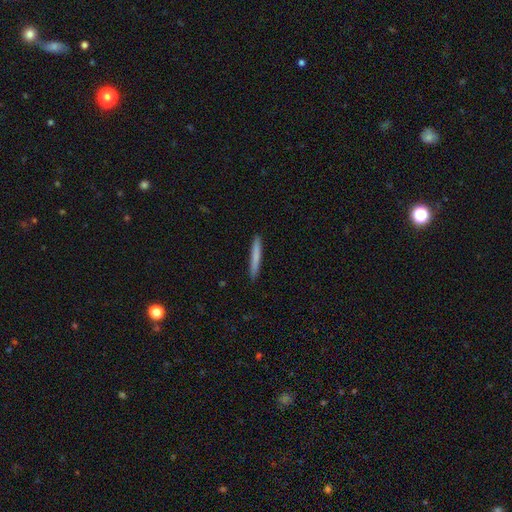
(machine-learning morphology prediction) This appears to be a smooth galaxy with no disk features (76%) that is cigar-shaped (96%). Merging: none (91%).